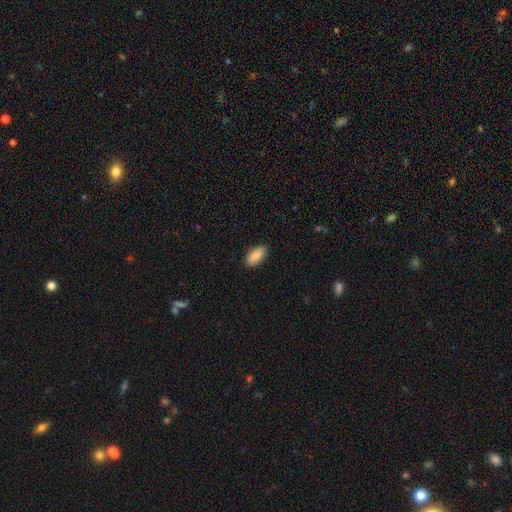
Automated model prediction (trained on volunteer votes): Q: Smooth or featured?
A: smooth (84%); runner-up: featured or disk (10%)
Q: How rounded?
A: in between (91%); runner-up: cigar-shaped (6%)
Q: Merging?
A: none (89%); runner-up: minor disturbance (9%)